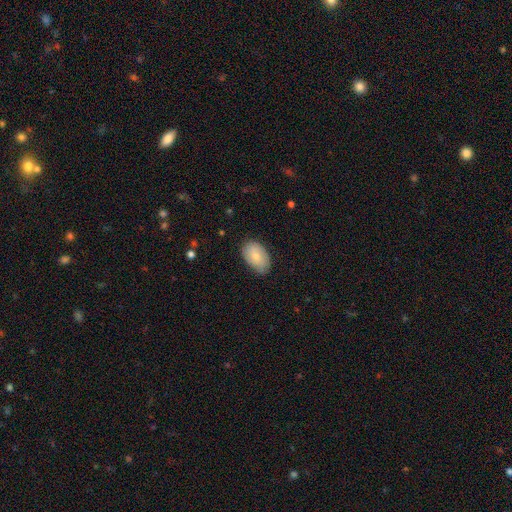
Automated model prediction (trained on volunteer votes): Smooth or featured: smooth — 76% (featured or disk — 18%)
How rounded: in between — 92% (round — 7%)
Merging: none — 74% (minor disturbance — 21%)